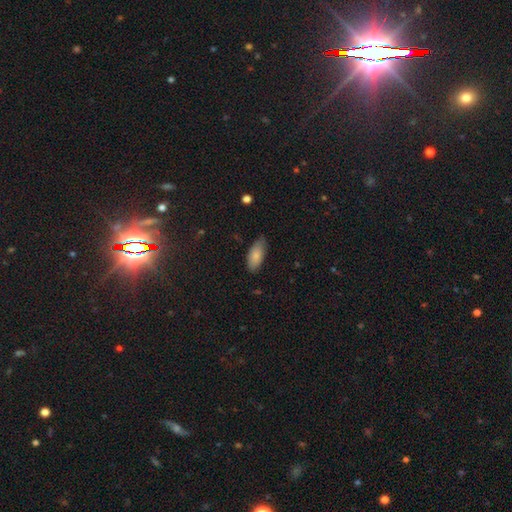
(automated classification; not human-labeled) smooth_or_featured: smooth (p=0.83) [alt: featured or disk p=0.11]
how_rounded: in between (p=0.89) [alt: cigar-shaped p=0.09]
merging: none (p=0.72) [alt: minor disturbance p=0.24]